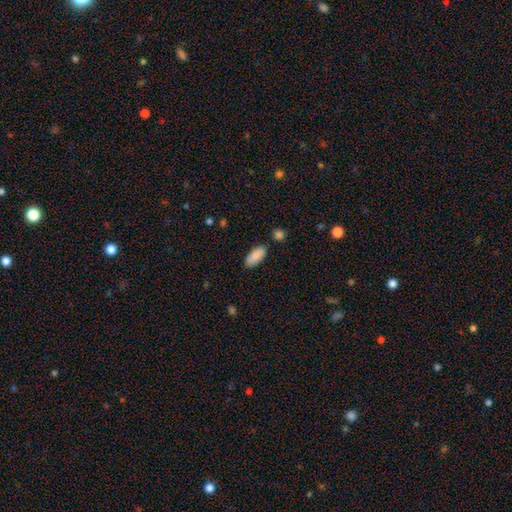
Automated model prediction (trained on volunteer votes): Smooth or featured? Predicted: smooth (p=0.87). How rounded? Predicted: in between (p=0.86). Merging? Predicted: none (p=0.83).